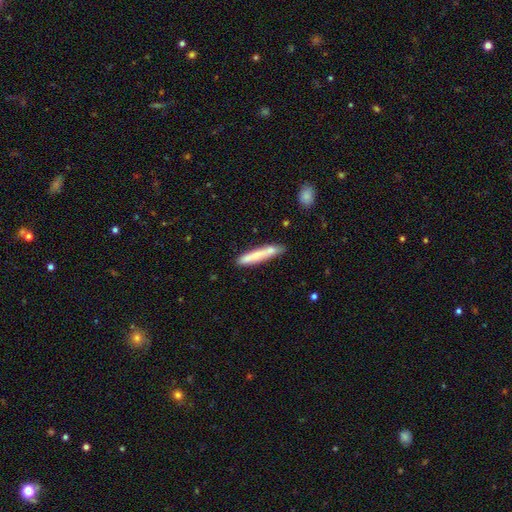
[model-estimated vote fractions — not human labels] smooth_or_featured: smooth (p=0.67) [alt: featured or disk p=0.27]
how_rounded: cigar-shaped (p=0.93) [alt: in between p=0.06]
merging: none (p=0.72) [alt: minor disturbance p=0.16]